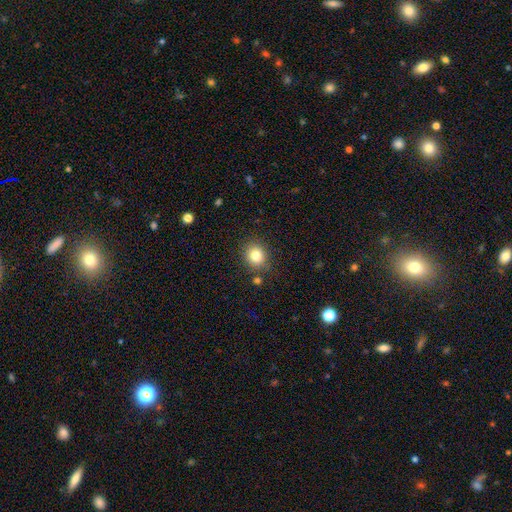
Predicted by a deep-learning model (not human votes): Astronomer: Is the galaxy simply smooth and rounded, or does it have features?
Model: smooth — 82%.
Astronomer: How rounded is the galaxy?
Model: round — 77%.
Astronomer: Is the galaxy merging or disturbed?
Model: none — 84%.